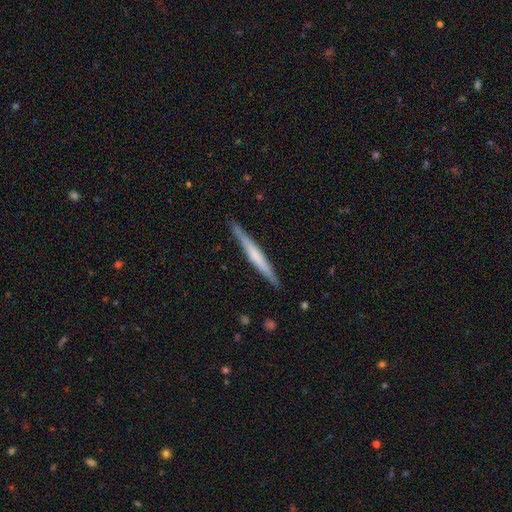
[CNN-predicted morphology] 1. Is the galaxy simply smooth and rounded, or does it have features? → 52% featured or disk, 43% smooth, 5% star or artifact.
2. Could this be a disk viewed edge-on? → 97% yes, 3% no.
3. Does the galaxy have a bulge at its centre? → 59% none, 24% rounded, 18% boxy.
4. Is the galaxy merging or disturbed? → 90% none, 8% minor disturbance, 1% major disturbance, 1% merger.